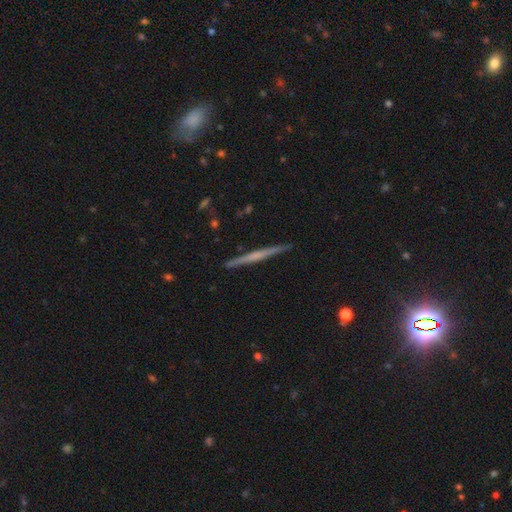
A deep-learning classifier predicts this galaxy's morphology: Overall: featured or disk (65%; smooth 30%). Edge-on disk: yes (98%). Edge-on bulge: none (64%; rounded 26%). Merging: none (92%).